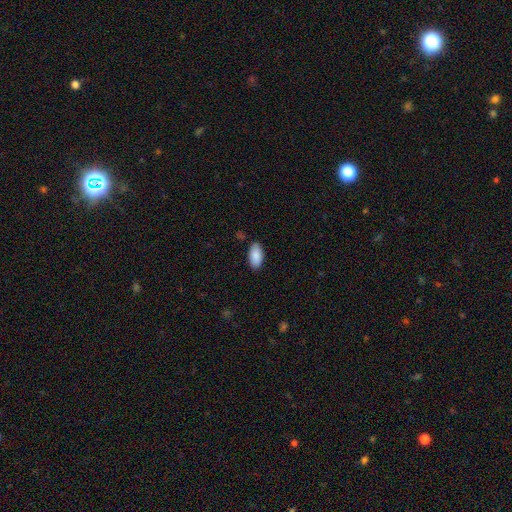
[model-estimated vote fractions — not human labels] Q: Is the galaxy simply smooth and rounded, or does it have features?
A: smooth — 89%.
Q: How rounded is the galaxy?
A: in between — 95%.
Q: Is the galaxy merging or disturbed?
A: none — 86%.